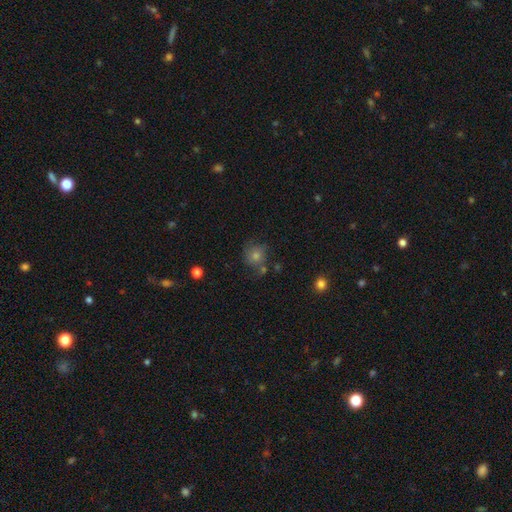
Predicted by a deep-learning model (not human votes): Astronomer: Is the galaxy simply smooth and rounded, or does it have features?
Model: smooth — 51%.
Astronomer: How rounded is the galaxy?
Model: round — 85%.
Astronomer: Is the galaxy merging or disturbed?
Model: none — 69%.